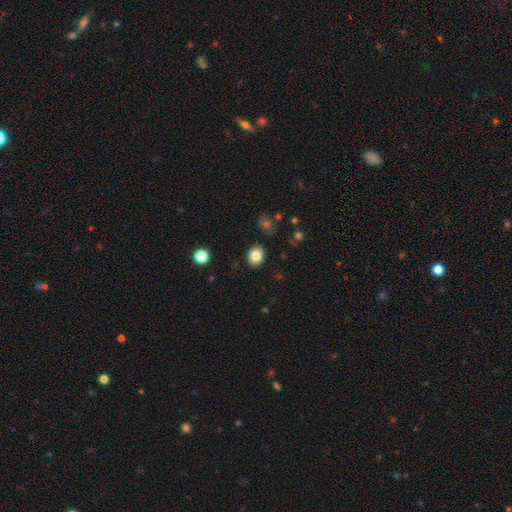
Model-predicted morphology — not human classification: Q: Smooth or featured?
A: smooth (83%); runner-up: star or artifact (10%)
Q: How rounded?
A: round (51%); runner-up: in between (48%)
Q: Merging?
A: none (89%); runner-up: minor disturbance (8%)